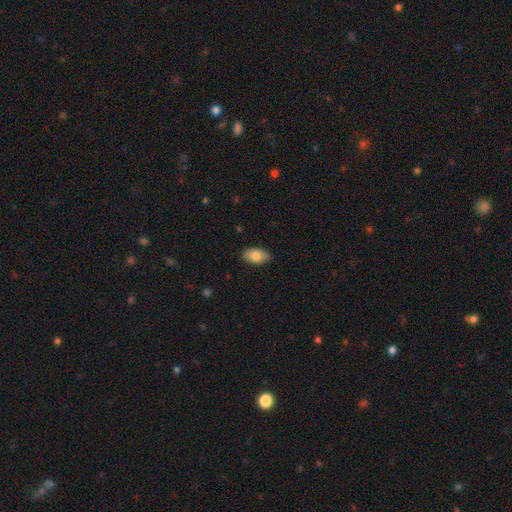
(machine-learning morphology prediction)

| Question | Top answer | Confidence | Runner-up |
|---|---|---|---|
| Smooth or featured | smooth | 80% | featured or disk (14%) |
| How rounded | in between | 93% | round (5%) |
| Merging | none | 85% | minor disturbance (12%) |